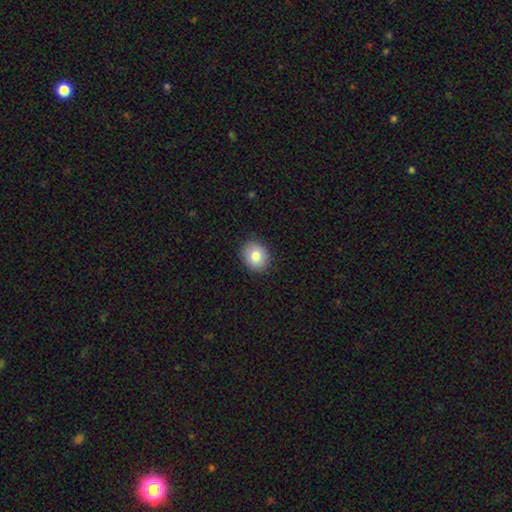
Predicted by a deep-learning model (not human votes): A smooth galaxy with no disk features (81%) that is round (67%). Merging: none (90%).